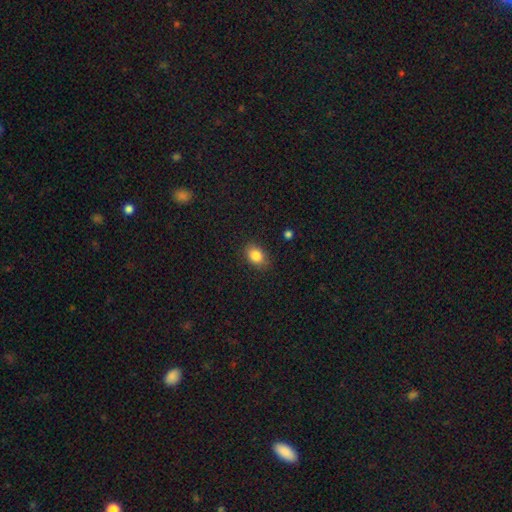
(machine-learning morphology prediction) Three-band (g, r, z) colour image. It shows a smooth galaxy with no disk features (85%) that is in between round and cigar-shaped (74%). Merging: none (84%).